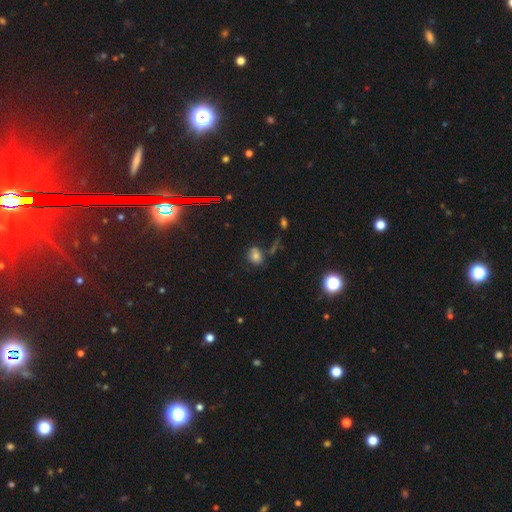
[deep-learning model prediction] smooth_or_featured: smooth (p=0.70) [alt: star or artifact p=0.19]
how_rounded: round (p=0.54) [alt: in between p=0.44]
merging: none (p=0.61) [alt: minor disturbance p=0.19]